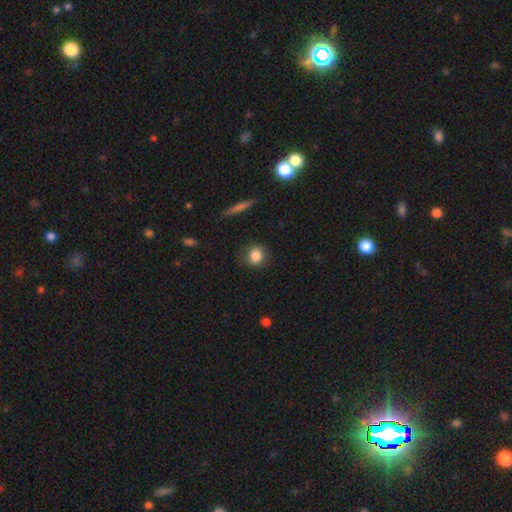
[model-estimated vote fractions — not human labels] smooth_or_featured: smooth (p=0.85) [alt: star or artifact p=0.09]
how_rounded: round (p=0.79) [alt: in between p=0.20]
merging: none (p=0.80) [alt: minor disturbance p=0.14]